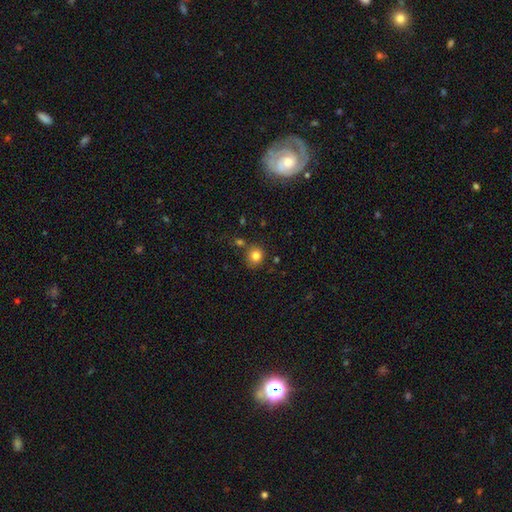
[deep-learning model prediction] A smooth galaxy with no disk features (82%) that is round (85%).

Vote fractions:
- Smooth or featured? smooth: 82% / star or artifact: 11% / featured or disk: 7%
- How rounded? round: 85% / in between: 14% / cigar-shaped: 1%
- Merging? none: 75% / minor disturbance: 12% / merger: 9% / major disturbance: 3%